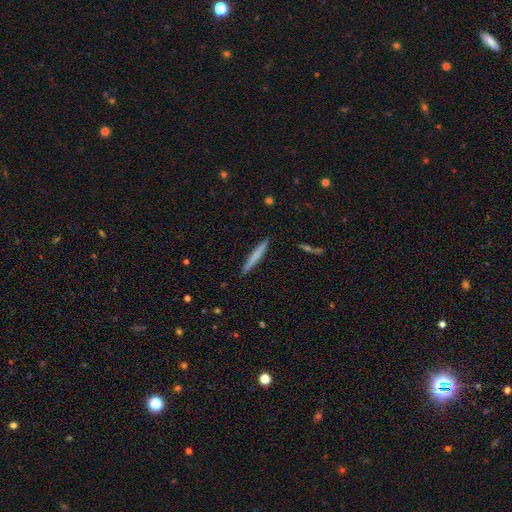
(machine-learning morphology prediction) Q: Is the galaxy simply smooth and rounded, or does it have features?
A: smooth — 67%.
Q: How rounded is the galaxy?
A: cigar-shaped — 97%.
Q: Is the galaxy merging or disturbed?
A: none — 91%.